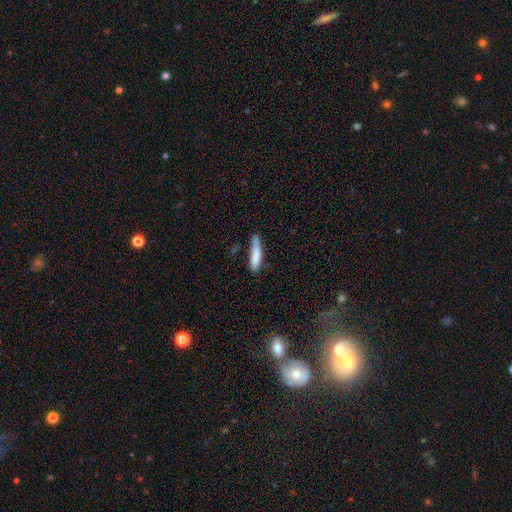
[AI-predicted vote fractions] A smooth galaxy with no disk features (81%) that is cigar-shaped (82%).

Vote fractions:
- Smooth or featured? smooth: 81% / featured or disk: 12% / star or artifact: 6%
- How rounded? cigar-shaped: 82% / in between: 17% / round: 1%
- Merging? none: 60% / minor disturbance: 29% / major disturbance: 7% / merger: 4%